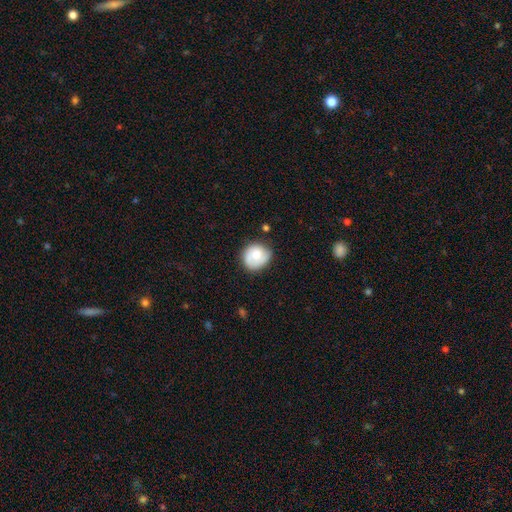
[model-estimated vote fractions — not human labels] smooth 59%, featured or disk 34%, star or artifact 7%. Down the decision tree: how rounded — round (76%); merging — none (67%).